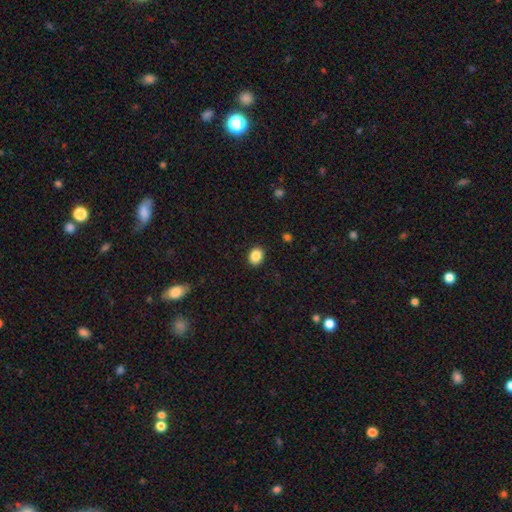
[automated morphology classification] A smooth galaxy with no disk features (87%) that is round (50%).

Vote fractions:
- Smooth or featured? smooth: 87% / star or artifact: 9% / featured or disk: 4%
- How rounded? round: 50% / in between: 49% / cigar-shaped: 1%
- Merging? none: 91% / minor disturbance: 6% / major disturbance: 2% / merger: 1%